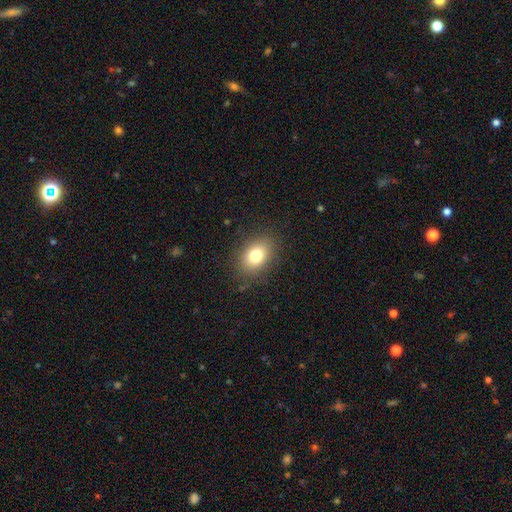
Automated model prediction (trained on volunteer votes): This appears to be a smooth galaxy with no disk features (78%) that is in between round and cigar-shaped (70%). Merging: none (85%).